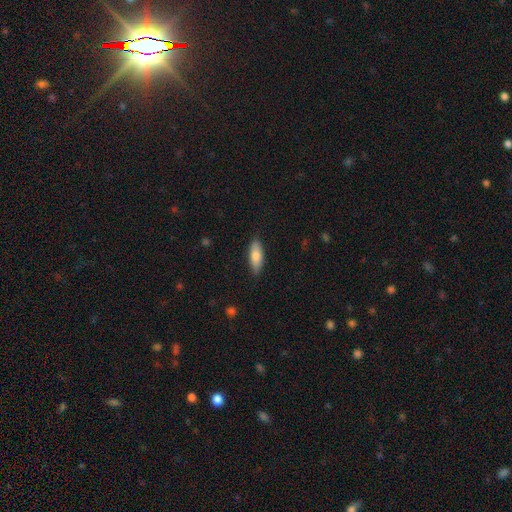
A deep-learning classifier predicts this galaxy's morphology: smooth 77%, featured or disk 17%, star or artifact 6%. Down the decision tree: how rounded — in between (68%); merging — none (86%).